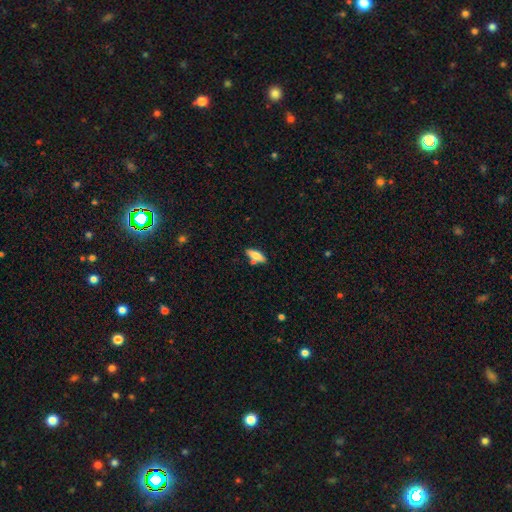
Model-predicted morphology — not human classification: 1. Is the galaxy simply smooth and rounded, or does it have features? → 69% smooth, 24% featured or disk, 7% star or artifact.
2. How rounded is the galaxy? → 58% in between, 39% cigar-shaped, 3% round.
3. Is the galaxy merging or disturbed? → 72% none, 14% minor disturbance, 11% merger, 3% major disturbance.